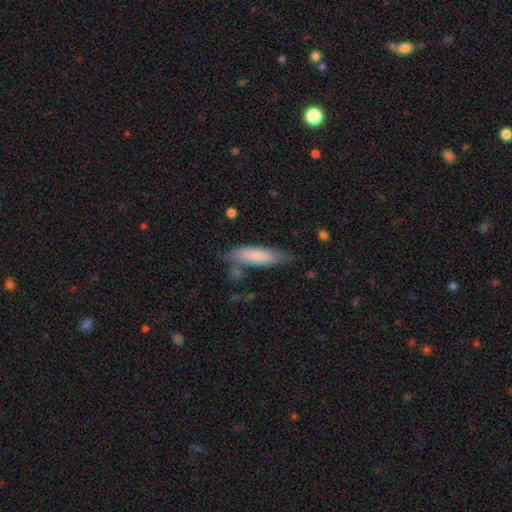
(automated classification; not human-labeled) smooth-or-featured: smooth: 79% | featured or disk: 15% | star or artifact: 6%
  how-rounded: cigar-shaped: 62% | in between: 37% | round: 2%
  merging: none: 65% | minor disturbance: 23% | merger: 6% | major disturbance: 6%